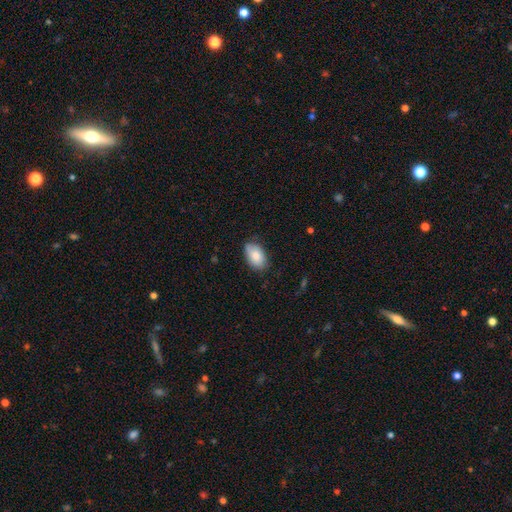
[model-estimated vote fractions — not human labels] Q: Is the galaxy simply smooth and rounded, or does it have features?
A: smooth — 82%.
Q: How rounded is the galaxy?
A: in between — 91%.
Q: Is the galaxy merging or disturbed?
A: none — 74%.